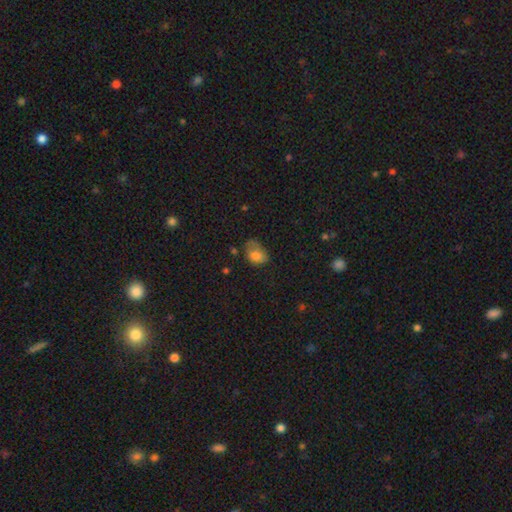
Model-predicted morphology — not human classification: Smooth or featured: smooth — 74% (featured or disk — 16%)
How rounded: in between — 76% (round — 23%)
Merging: minor disturbance — 37% (none — 31%)